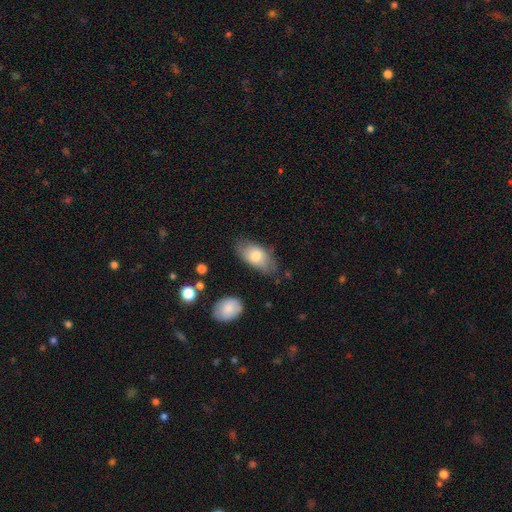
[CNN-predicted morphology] A smooth galaxy with no disk features (75%) that is in between round and cigar-shaped (92%).

Vote fractions:
- Smooth or featured? smooth: 75% / featured or disk: 19% / star or artifact: 6%
- How rounded? in between: 92% / cigar-shaped: 4% / round: 4%
- Merging? none: 66% / minor disturbance: 26% / major disturbance: 6% / merger: 2%